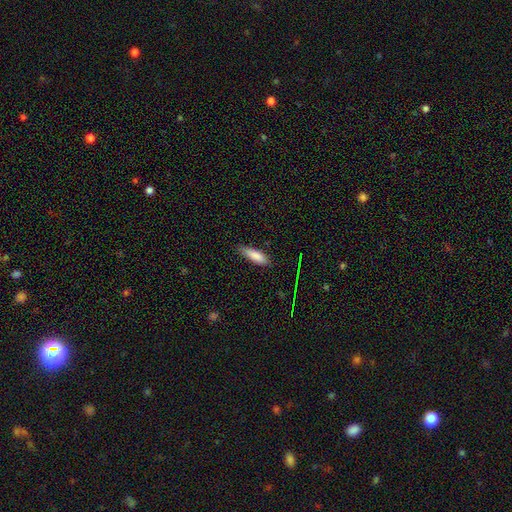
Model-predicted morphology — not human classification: smooth-or-featured: smooth: 82% | featured or disk: 10% | star or artifact: 8%
  how-rounded: cigar-shaped: 61% | in between: 37% | round: 2%
  merging: none: 80% | minor disturbance: 16% | major disturbance: 3% | merger: 1%